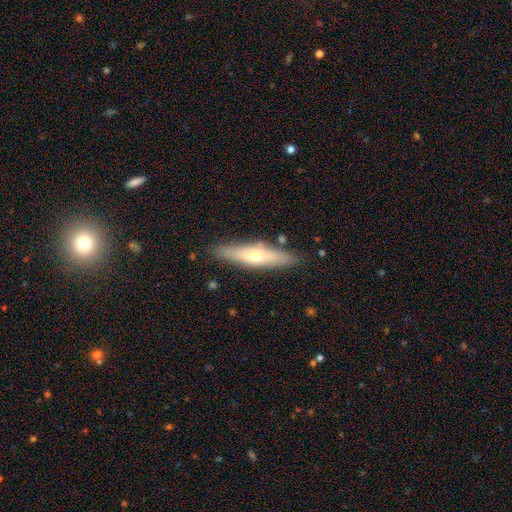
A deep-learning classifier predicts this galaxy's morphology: type=smooth (48%); merging=none (85%).